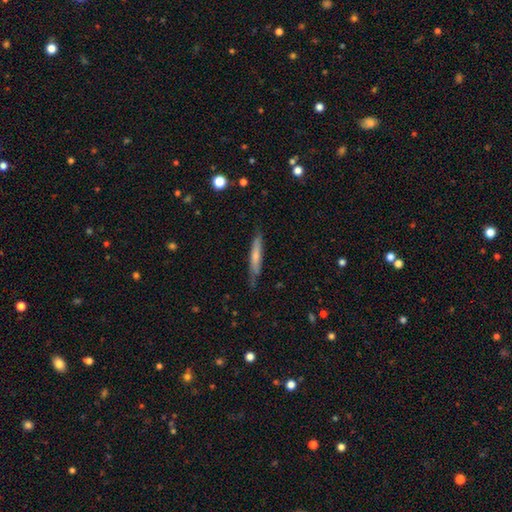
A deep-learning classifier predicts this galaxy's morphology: The model was most divided on "smooth or featured": smooth: 57%, featured or disk: 37%, star or artifact: 6%. More confident: how rounded — cigar-shaped (92%); merging — none (78%).